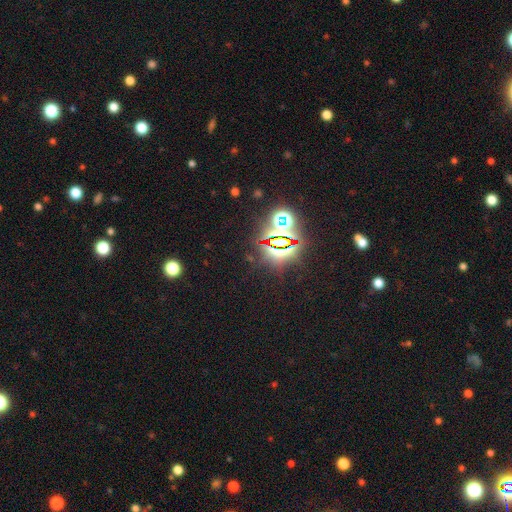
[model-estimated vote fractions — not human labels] smooth_or_featured: star or artifact (p=0.73) [alt: smooth p=0.19]